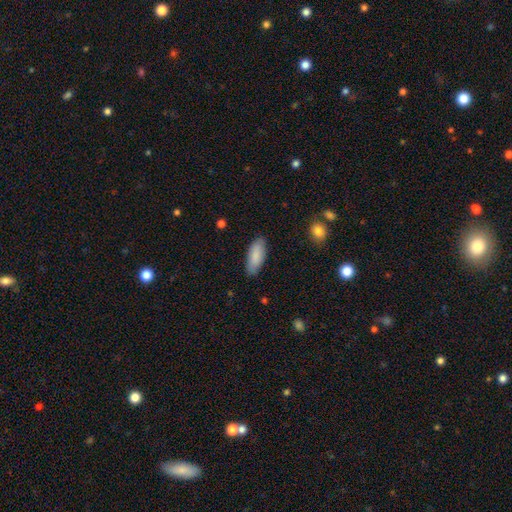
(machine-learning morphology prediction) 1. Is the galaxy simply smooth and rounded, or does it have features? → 87% smooth, 7% featured or disk, 6% star or artifact.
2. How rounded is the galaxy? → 81% in between, 18% cigar-shaped, 2% round.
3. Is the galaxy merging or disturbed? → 86% none, 11% minor disturbance, 2% major disturbance, 1% merger.